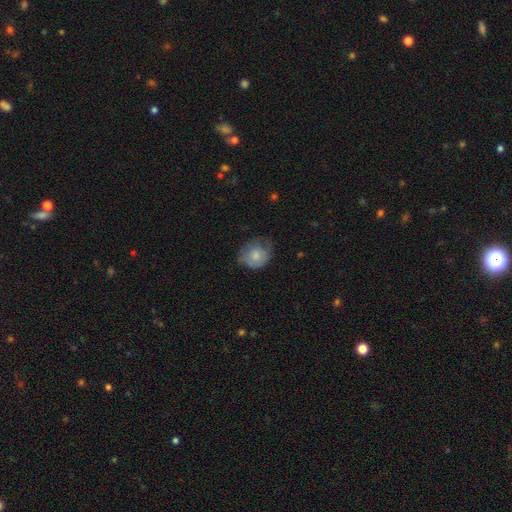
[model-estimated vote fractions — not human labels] smooth 68%, featured or disk 25%, star or artifact 7%. Down the decision tree: how rounded — round (67%); merging — none (48%).